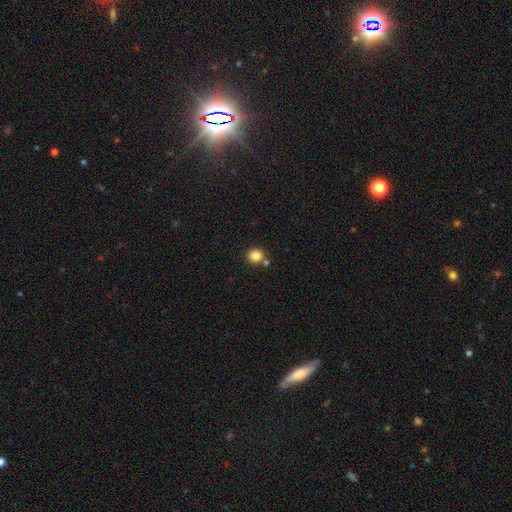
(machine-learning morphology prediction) smooth-or-featured: smooth: 85% | star or artifact: 11% | featured or disk: 4%
  how-rounded: round: 85% | in between: 14% | cigar-shaped: 1%
  merging: none: 75% | merger: 14% | minor disturbance: 9% | major disturbance: 3%